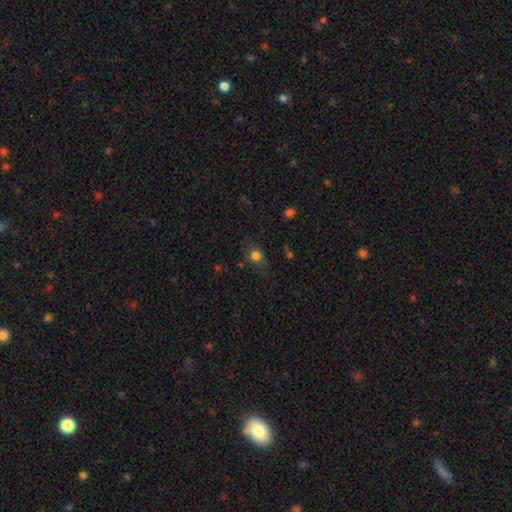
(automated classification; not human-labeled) smooth 68%, featured or disk 18%, star or artifact 14%. Down the decision tree: how rounded — round (54%); merging — none (69%).